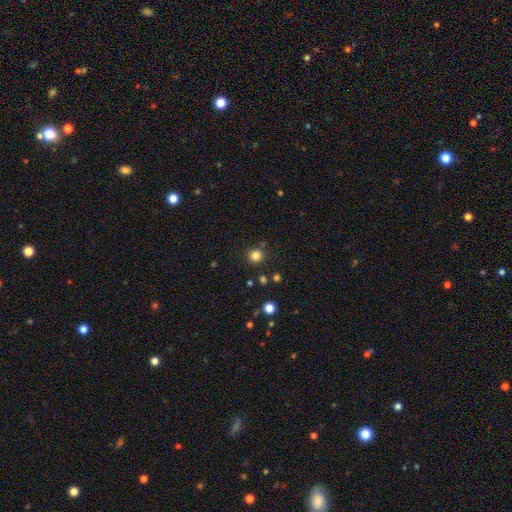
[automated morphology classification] Overall: smooth (81%). How rounded: round (94%). Merging: none (86%).